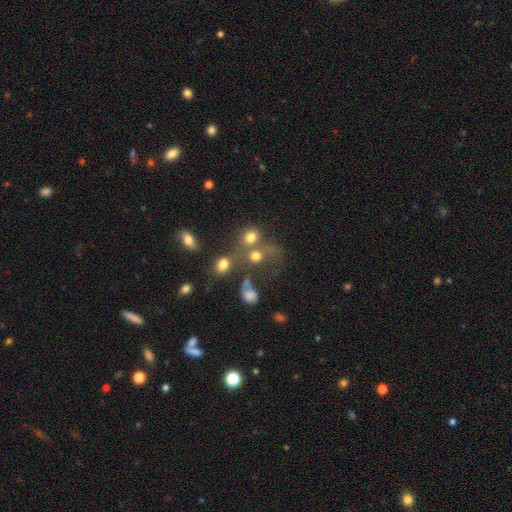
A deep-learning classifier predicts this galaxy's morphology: type=smooth (65%); roundness=round (69%); merging=merger (45%).